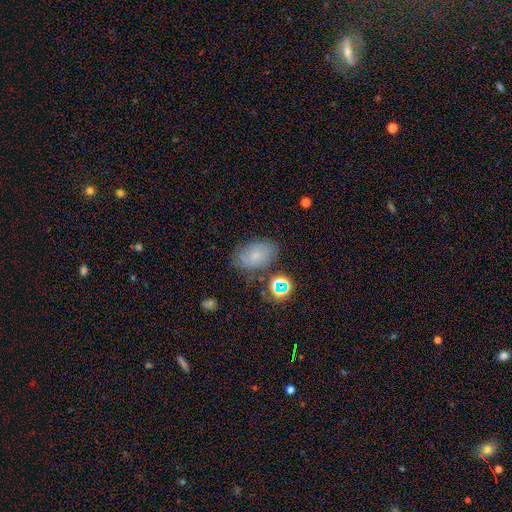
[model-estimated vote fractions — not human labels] Q: Smooth or featured?
A: smooth (64%); runner-up: featured or disk (20%)
Q: How rounded?
A: in between (84%); runner-up: round (14%)
Q: Merging?
A: none (70%); runner-up: minor disturbance (19%)